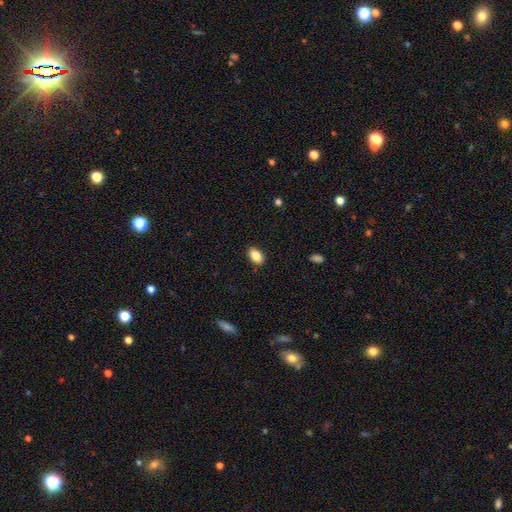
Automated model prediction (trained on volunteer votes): Smooth or featured? Predicted: smooth (p=0.87). How rounded? Predicted: in between (p=0.89). Merging? Predicted: none (p=0.88).